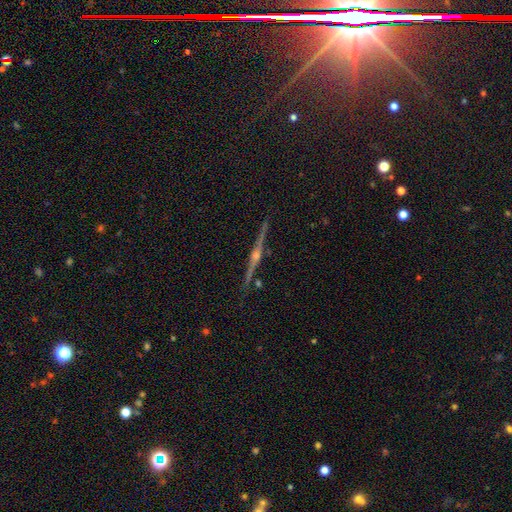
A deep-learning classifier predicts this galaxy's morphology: A featured or disk galaxy (88%) viewed edge-on (99%) with a rounded central bulge (92%). Merging: none (91%).